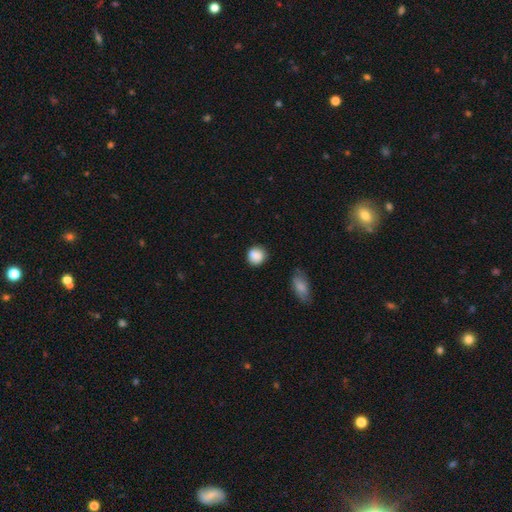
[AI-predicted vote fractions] Overall: smooth (87%). How rounded: round (84%). Merging: none (77%).